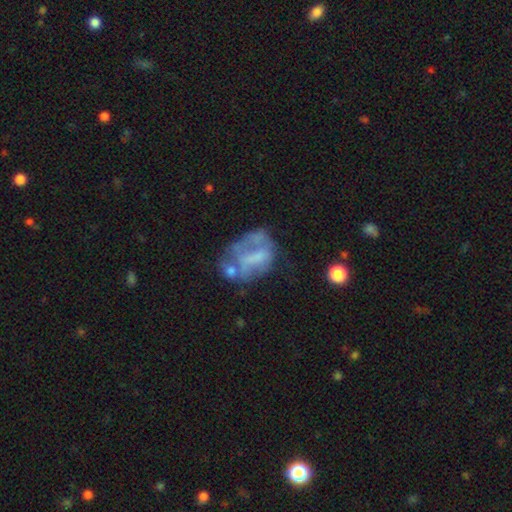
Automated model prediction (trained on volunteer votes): A featured or disk galaxy (53%) with no bar (67%), no spiral arms (83%) and no central bulge (57%).

Vote fractions:
- Smooth or featured? featured or disk: 53% / smooth: 35% / star or artifact: 12%
- Edge-on disk? no: 97% / yes: 3%
- Bar? no: 67% / weak: 23% / strong: 10%
- Spiral arms? no: 83% / yes: 17%
- Bulge size? none: 57% / small: 20% / moderate: 18% / large: 4% / dominant: 1%
- Merging? none: 31% / major disturbance: 29% / minor disturbance: 21% / merger: 19%